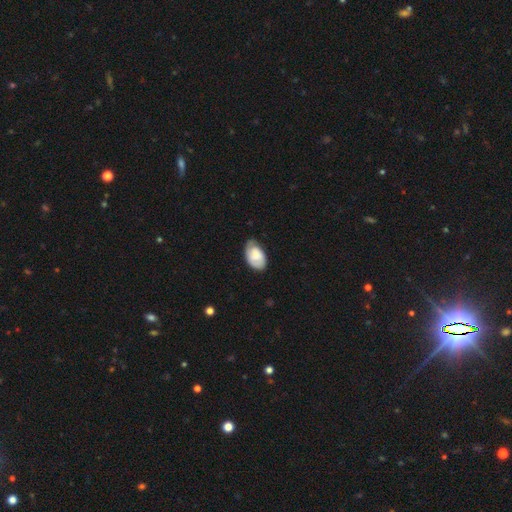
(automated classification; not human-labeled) A smooth galaxy with no disk features (71%) that is in between round and cigar-shaped (92%). Merging: none (52%).